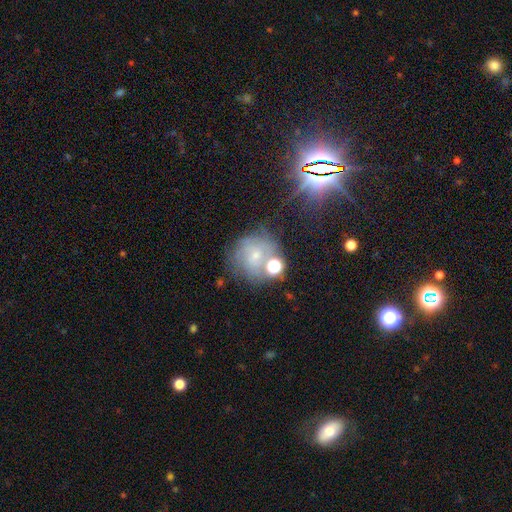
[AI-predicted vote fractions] Smooth or featured?
  - featured or disk: 43% *
  - smooth: 34%
  - star or artifact: 23%
Merging?
  - none: 55% *
  - minor disturbance: 19%
  - merger: 14%
  - major disturbance: 12%